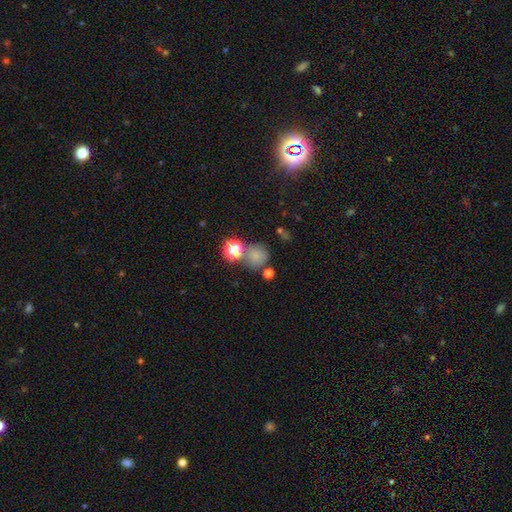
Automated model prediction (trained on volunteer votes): smooth_or_featured: smooth (p=0.72) [alt: star or artifact p=0.20]
how_rounded: round (p=0.86) [alt: in between p=0.13]
merging: none (p=0.62) [alt: merger p=0.19]